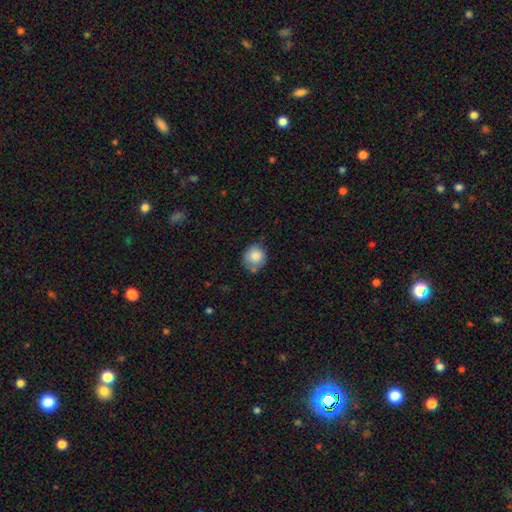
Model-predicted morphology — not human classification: Q: Smooth or featured?
A: smooth (85%); runner-up: star or artifact (8%)
Q: How rounded?
A: round (80%); runner-up: in between (19%)
Q: Merging?
A: none (64%); runner-up: minor disturbance (25%)